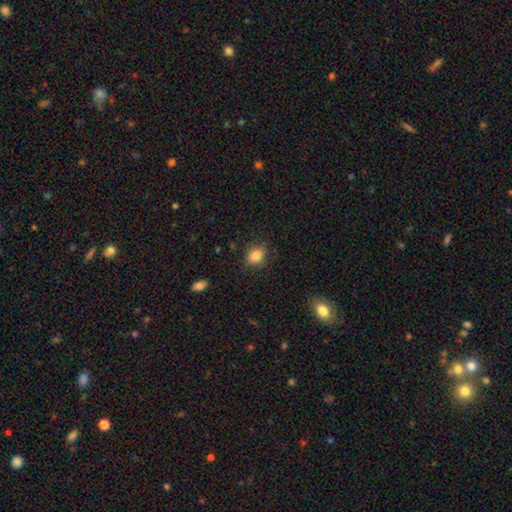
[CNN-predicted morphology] This appears to be a smooth galaxy with no disk features (84%) that is in between round and cigar-shaped (68%). Merging: none (80%).